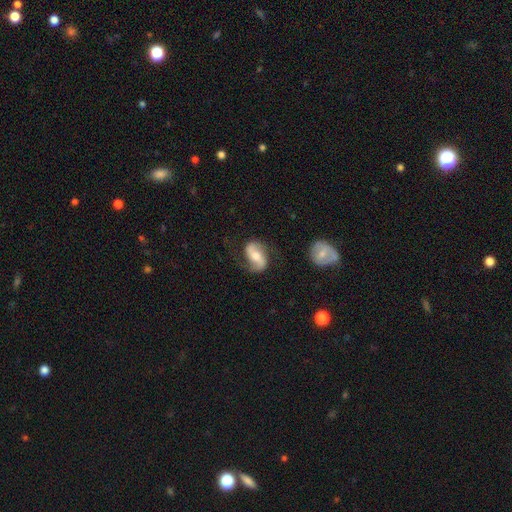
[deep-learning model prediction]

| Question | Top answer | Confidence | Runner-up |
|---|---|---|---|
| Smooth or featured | featured or disk | 76% | smooth (18%) |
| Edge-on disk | no | 96% | yes (4%) |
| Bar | weak | 39% | no (35%) |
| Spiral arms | yes | 94% | no (6%) |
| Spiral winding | loose | 49% | medium (38%) |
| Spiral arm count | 2 | 91% | can't tell (4%) |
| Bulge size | moderate | 61% | small (25%) |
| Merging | none | 71% | minor disturbance (18%) |